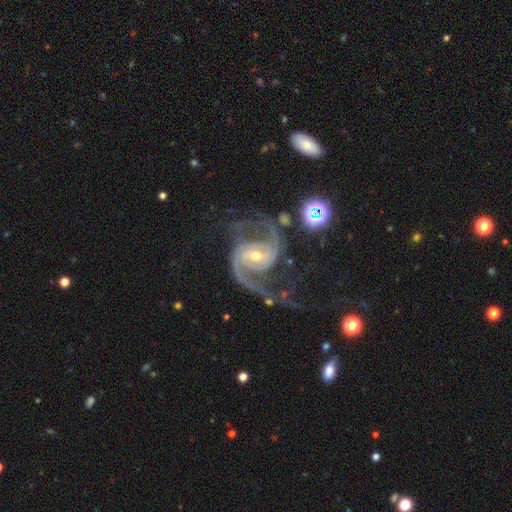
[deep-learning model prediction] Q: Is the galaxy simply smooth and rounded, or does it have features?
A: featured or disk — 92%.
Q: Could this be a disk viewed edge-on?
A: no — 98%.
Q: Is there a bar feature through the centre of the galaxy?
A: weak — 42%.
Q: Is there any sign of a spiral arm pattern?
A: yes — 99%.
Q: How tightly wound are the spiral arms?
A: medium — 56%.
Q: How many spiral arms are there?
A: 2 — 89%.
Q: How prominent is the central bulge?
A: small — 48%, tied with moderate.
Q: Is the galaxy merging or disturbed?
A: none — 61%.